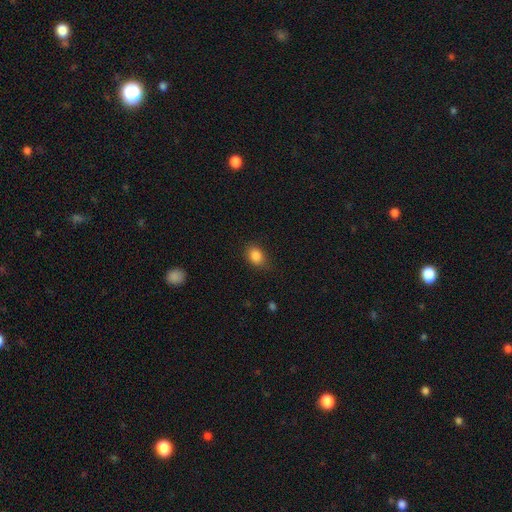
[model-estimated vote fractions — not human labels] Overall: smooth (86%). How rounded: in between (67%; round 32%). Merging: none (79%).